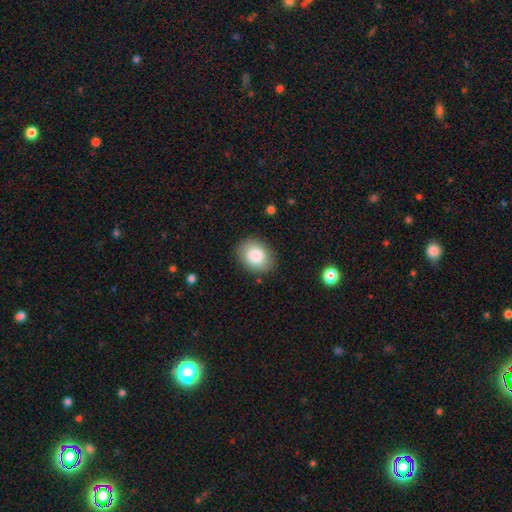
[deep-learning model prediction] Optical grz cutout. It shows a smooth galaxy with no disk features (85%) that is in between round and cigar-shaped (64%). Merging: none (86%).